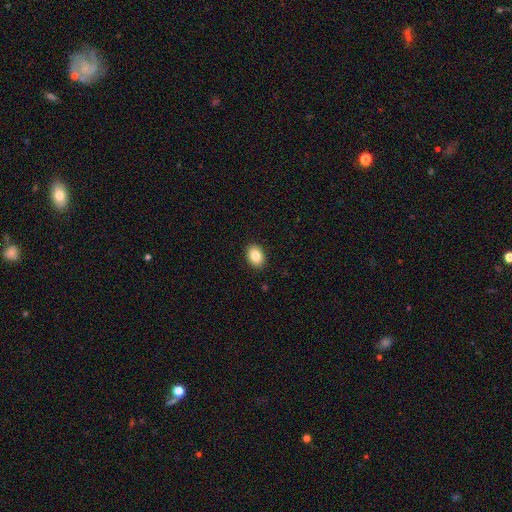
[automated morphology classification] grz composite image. It shows a smooth galaxy with no disk features (85%) that is in between round and cigar-shaped (73%). Merging: none (91%).